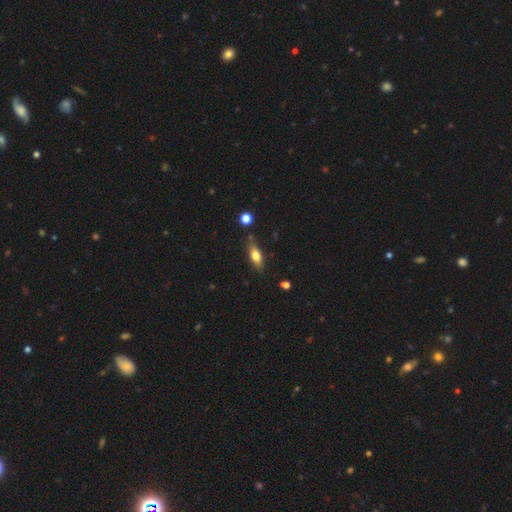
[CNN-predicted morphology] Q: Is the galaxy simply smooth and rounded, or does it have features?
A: smooth — 68%.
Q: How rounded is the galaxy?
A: in between — 70%.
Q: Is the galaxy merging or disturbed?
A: none — 78%.